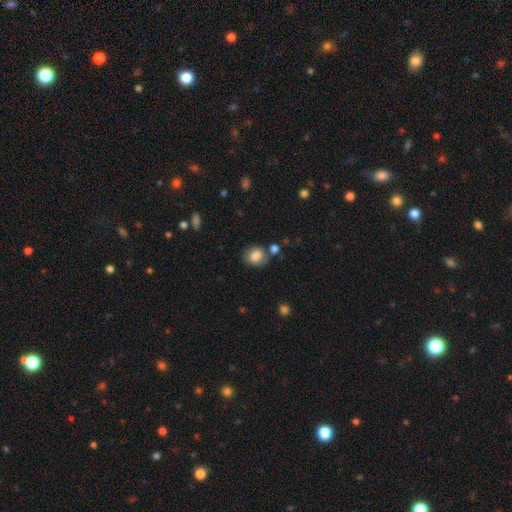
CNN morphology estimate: smooth 80%, featured or disk 11%, star or artifact 9%. Down the decision tree: how rounded — round (65%); merging — none (68%).